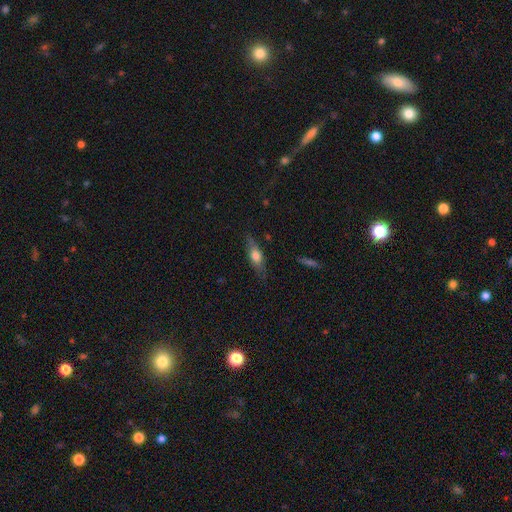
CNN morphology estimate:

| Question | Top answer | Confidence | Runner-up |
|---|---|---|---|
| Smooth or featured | smooth | 59% | featured or disk (34%) |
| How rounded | in between | 49% | cigar-shaped (47%) |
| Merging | none | 77% | minor disturbance (17%) |